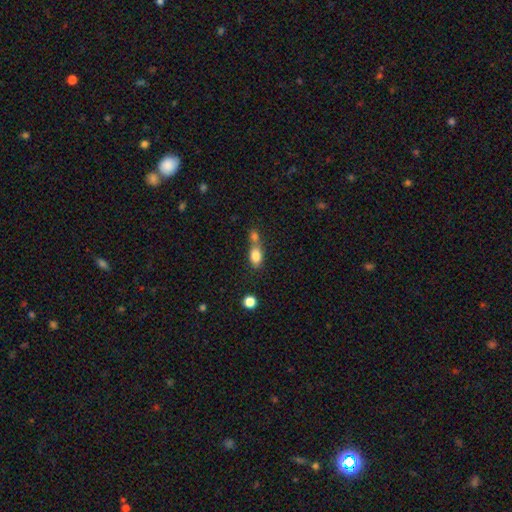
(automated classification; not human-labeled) A smooth galaxy with no disk features (81%) that is in between round and cigar-shaped (79%). Merging: merger (50%).